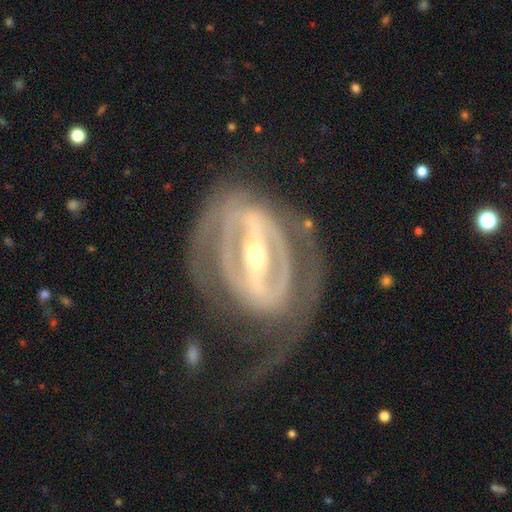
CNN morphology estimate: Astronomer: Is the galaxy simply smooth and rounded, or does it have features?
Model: featured or disk — 86%.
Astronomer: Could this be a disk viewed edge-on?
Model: no — 91%.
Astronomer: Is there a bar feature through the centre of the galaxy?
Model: strong — 82%.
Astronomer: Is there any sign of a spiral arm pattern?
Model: yes — 62% (runner-up: no, 38%).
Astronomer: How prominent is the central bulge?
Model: small — 52% (runner-up: moderate, 41%).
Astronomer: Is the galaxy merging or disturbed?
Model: none — 56%.